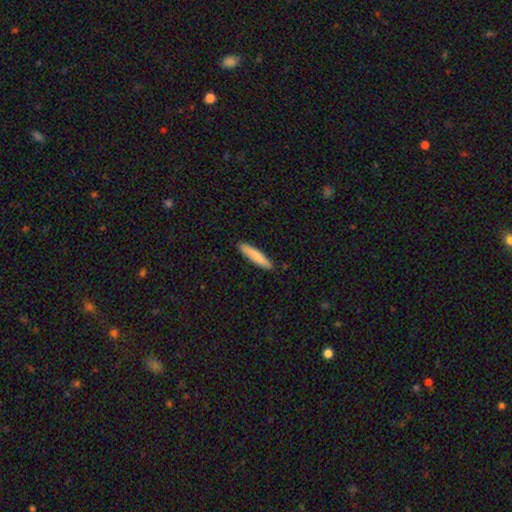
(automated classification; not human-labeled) Morphology: type=smooth (80%); roundness=cigar-shaped (89%); merging=none (90%).